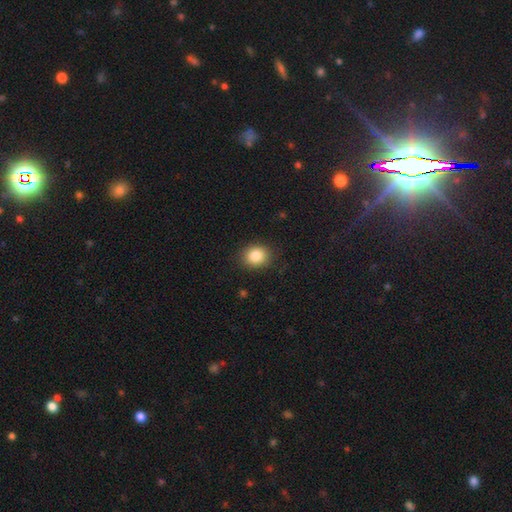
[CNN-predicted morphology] Q: Smooth or featured?
A: smooth (85%); runner-up: star or artifact (10%)
Q: How rounded?
A: round (66%); runner-up: in between (33%)
Q: Merging?
A: none (87%); runner-up: minor disturbance (10%)